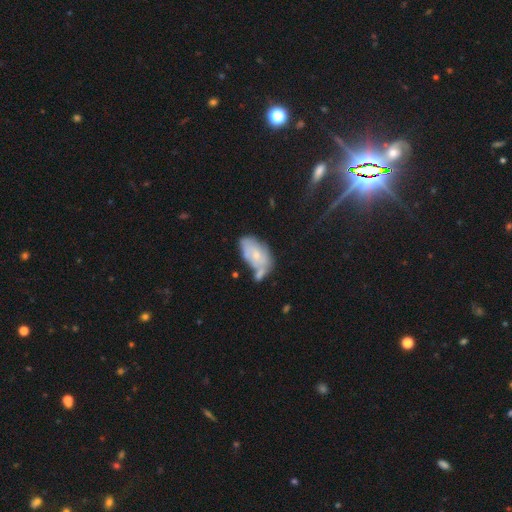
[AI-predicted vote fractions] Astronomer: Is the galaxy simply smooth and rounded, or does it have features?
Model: smooth — 48% (runner-up: featured or disk, 45%).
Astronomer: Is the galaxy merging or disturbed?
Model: none — 36% (runner-up: minor disturbance, 27%).